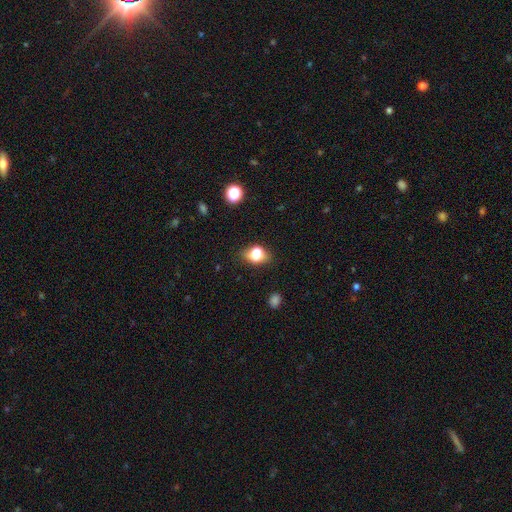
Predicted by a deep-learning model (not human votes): Smooth or featured: smooth — 74% (featured or disk — 13%)
How rounded: in between — 61% (round — 37%)
Merging: none — 75% (minor disturbance — 17%)